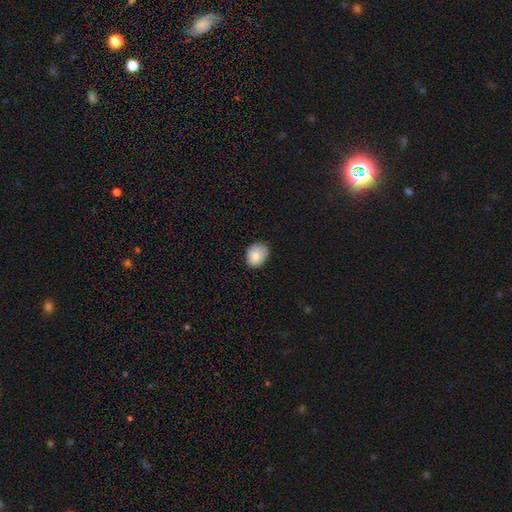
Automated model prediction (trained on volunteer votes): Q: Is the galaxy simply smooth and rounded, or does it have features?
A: smooth — 83%.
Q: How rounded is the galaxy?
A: in between — 52%.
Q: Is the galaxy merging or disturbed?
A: none — 74%.